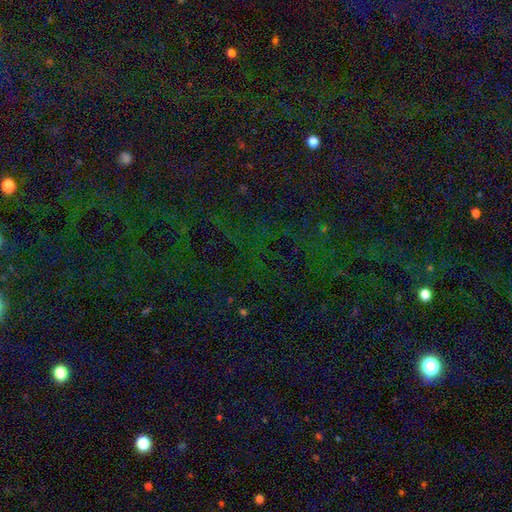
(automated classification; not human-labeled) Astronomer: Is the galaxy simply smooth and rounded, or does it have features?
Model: star or artifact — 80%.